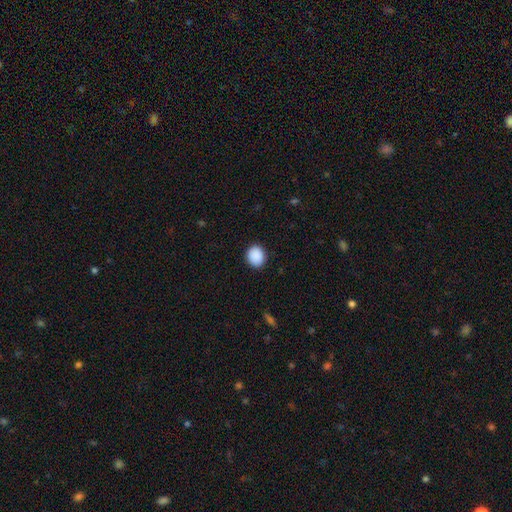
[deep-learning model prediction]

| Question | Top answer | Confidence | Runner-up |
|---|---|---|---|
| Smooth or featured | smooth | 90% | star or artifact (8%) |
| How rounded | round | 63% | in between (36%) |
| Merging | none | 89% | minor disturbance (8%) |